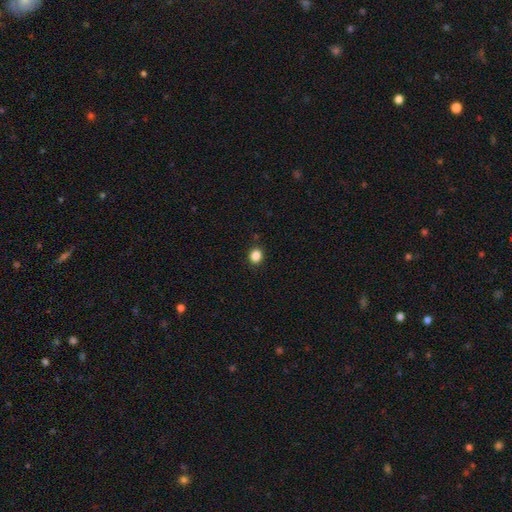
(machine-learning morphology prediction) A smooth galaxy with no disk features (85%) that is round (76%). Merging: none (90%).